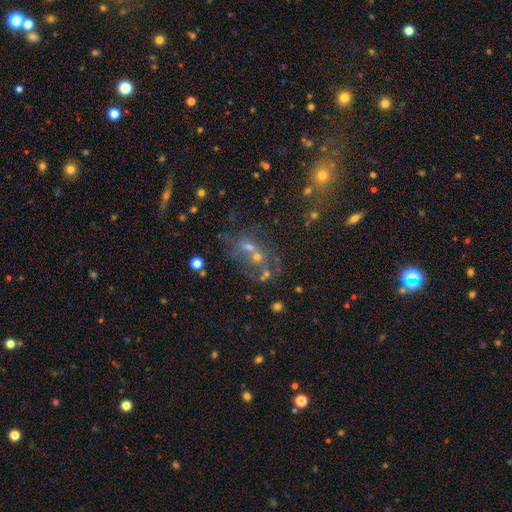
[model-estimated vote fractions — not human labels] smooth-or-featured: smooth: 35% | star or artifact: 33% | featured or disk: 32%
  merging: merger: 44% | none: 34% | major disturbance: 12% | minor disturbance: 11%